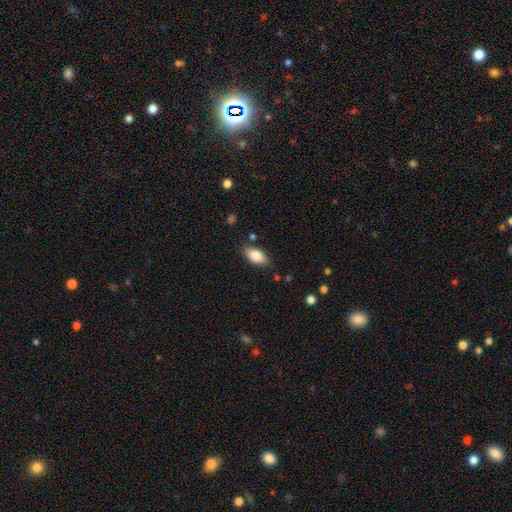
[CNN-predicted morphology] Smooth or featured?
  - smooth: 83% *
  - featured or disk: 10%
  - star or artifact: 7%
How rounded?
  - in between: 91% *
  - cigar-shaped: 6%
  - round: 3%
Merging?
  - none: 83% *
  - minor disturbance: 12%
  - major disturbance: 3%
  - merger: 2%